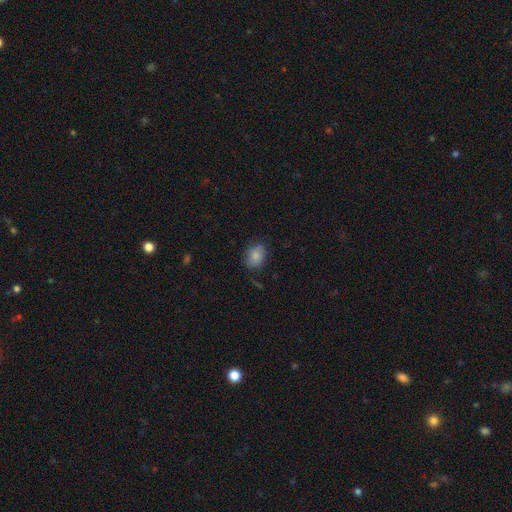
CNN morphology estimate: smooth-or-featured: smooth: 82% | featured or disk: 9% | star or artifact: 8%
  how-rounded: in between: 72% | round: 27% | cigar-shaped: 1%
  merging: none: 75% | minor disturbance: 19% | major disturbance: 4% | merger: 1%